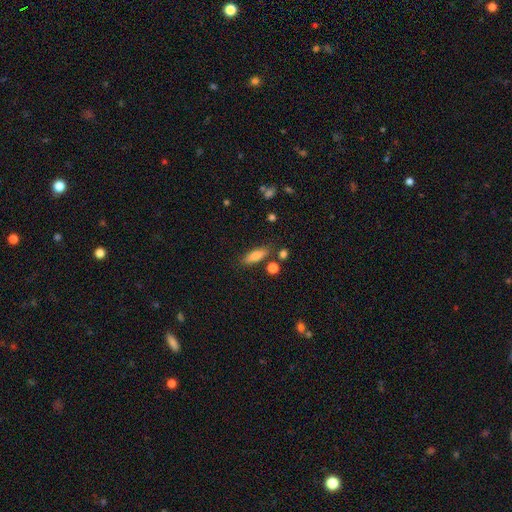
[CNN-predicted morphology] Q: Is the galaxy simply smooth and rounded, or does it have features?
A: smooth — 79%.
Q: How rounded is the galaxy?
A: in between — 57%.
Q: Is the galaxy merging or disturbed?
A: none — 78%.